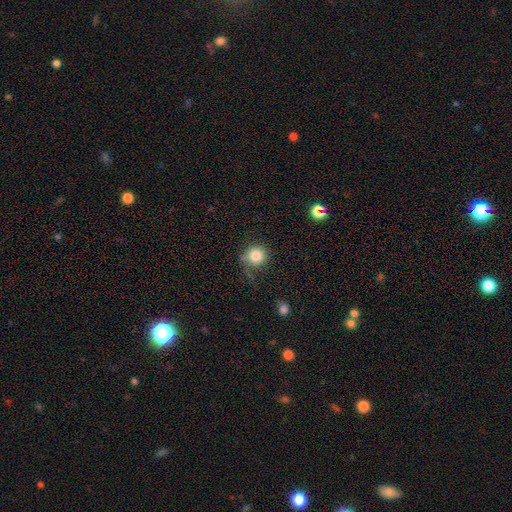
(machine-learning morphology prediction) A smooth galaxy with no disk features (82%) that is round (91%).

Vote fractions:
- Smooth or featured? smooth: 82% / star or artifact: 10% / featured or disk: 8%
- How rounded? round: 91% / in between: 8% / cigar-shaped: 1%
- Merging? none: 62% / minor disturbance: 20% / major disturbance: 12% / merger: 5%